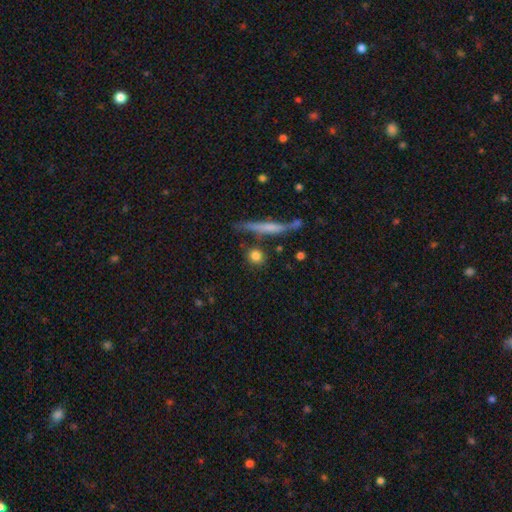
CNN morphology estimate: smooth 80%, featured or disk 12%, star or artifact 9%. Down the decision tree: how rounded — round (77%); merging — none (77%).